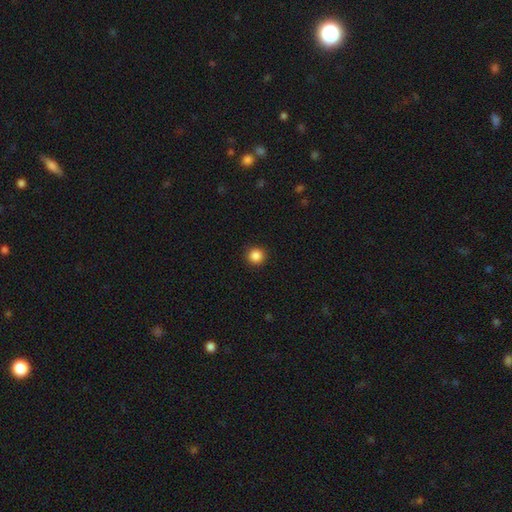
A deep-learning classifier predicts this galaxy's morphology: smooth_or_featured: smooth (p=0.87) [alt: star or artifact p=0.10]
how_rounded: round (p=0.94) [alt: in between p=0.05]
merging: none (p=0.92) [alt: minor disturbance p=0.05]